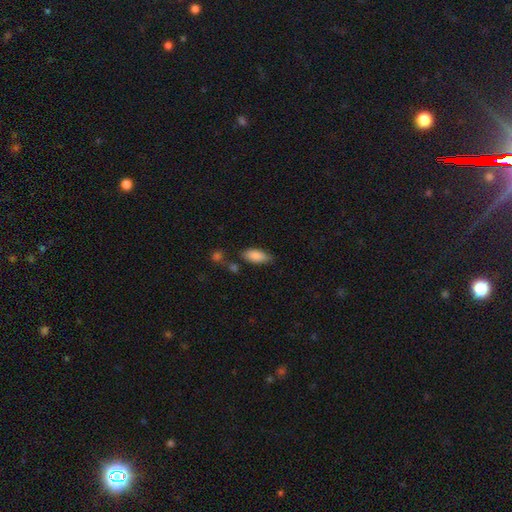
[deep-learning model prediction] The model was most divided on "merging": none: 70%, minor disturbance: 20%, merger: 6%, major disturbance: 5%. More confident: smooth or featured — smooth (87%); how rounded — in between (86%).